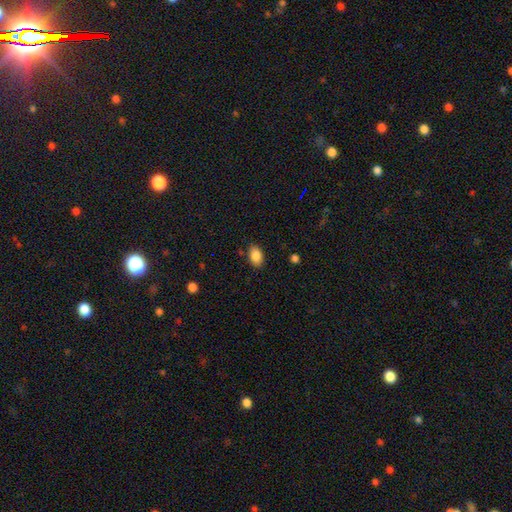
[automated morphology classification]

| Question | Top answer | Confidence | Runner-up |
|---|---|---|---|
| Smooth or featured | smooth | 86% | star or artifact (8%) |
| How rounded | in between | 87% | round (12%) |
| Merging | none | 85% | minor disturbance (11%) |